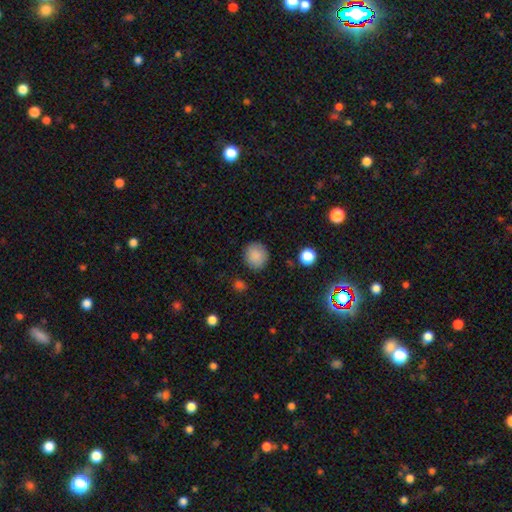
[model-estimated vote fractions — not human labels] A smooth galaxy with no disk features (87%) that is round (85%). Merging: none (87%).